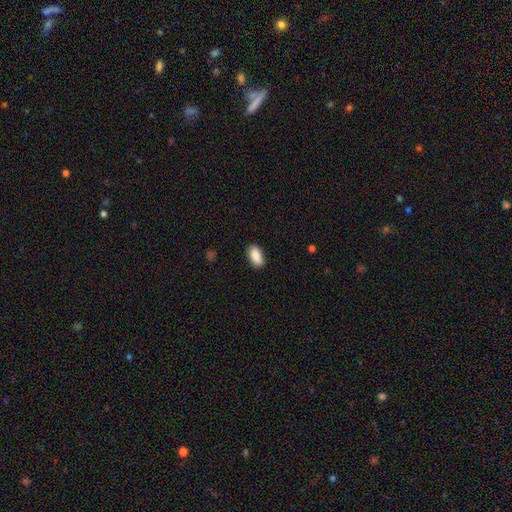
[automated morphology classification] This appears to be a smooth galaxy with no disk features (89%) that is in between round and cigar-shaped (92%). Merging: none (87%).